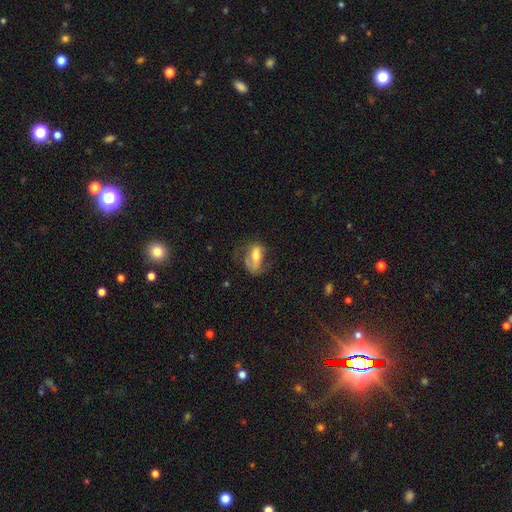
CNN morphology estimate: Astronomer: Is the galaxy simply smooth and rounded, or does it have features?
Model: smooth — 54% (runner-up: featured or disk, 37%).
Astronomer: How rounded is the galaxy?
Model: in between — 78%.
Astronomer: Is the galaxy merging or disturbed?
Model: none — 41% (runner-up: major disturbance, 30%).